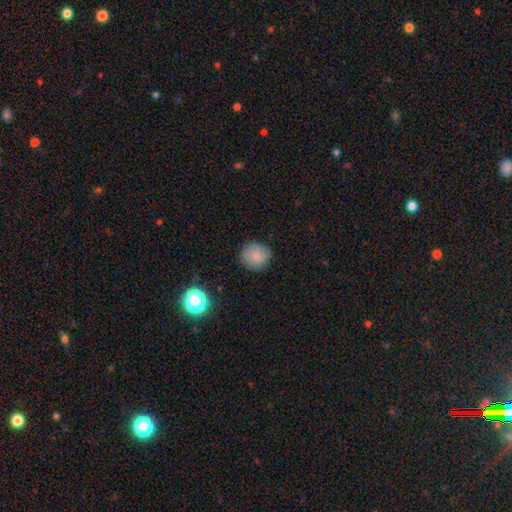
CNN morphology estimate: smooth-or-featured: smooth: 84% | star or artifact: 10% | featured or disk: 7%
  how-rounded: round: 84% | in between: 15% | cigar-shaped: 1%
  merging: none: 82% | minor disturbance: 13% | major disturbance: 3% | merger: 1%